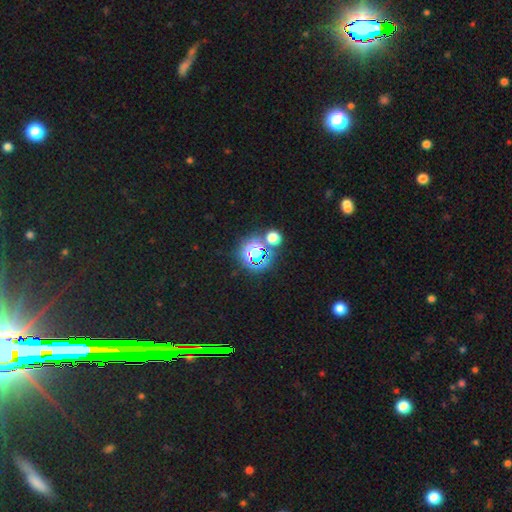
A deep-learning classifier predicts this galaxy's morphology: Q: Smooth or featured?
A: star or artifact (72%); runner-up: smooth (20%)